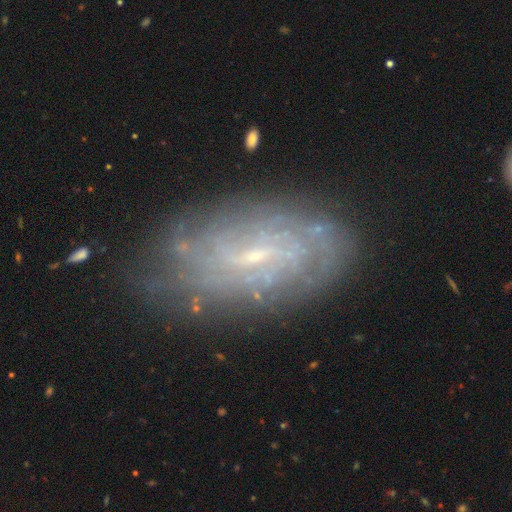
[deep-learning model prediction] This is likely a featured or disk galaxy (80%). It is clearly not viewed edge-on (94%). Bar: possibly weak (54%). Spiral arm pattern: clearly yes (87%). Spiral arm count: possibly can't tell (57%). Spiral winding: likely tight (65%). Central bulge: likely small (78%). Merging: likely none (76%).